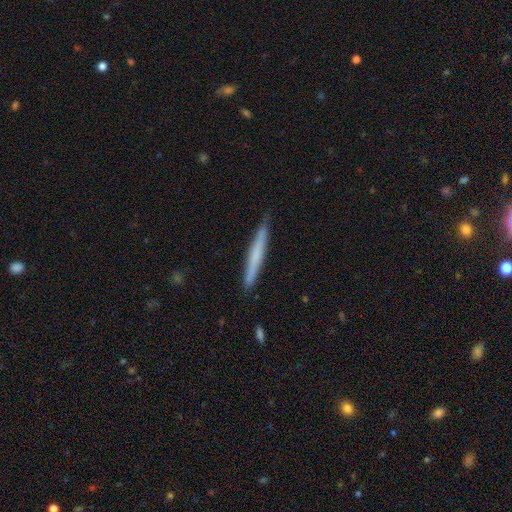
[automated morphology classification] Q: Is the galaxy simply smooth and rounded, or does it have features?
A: smooth — 57%.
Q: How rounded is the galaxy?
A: cigar-shaped — 97%.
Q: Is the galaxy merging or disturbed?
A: none — 87%.